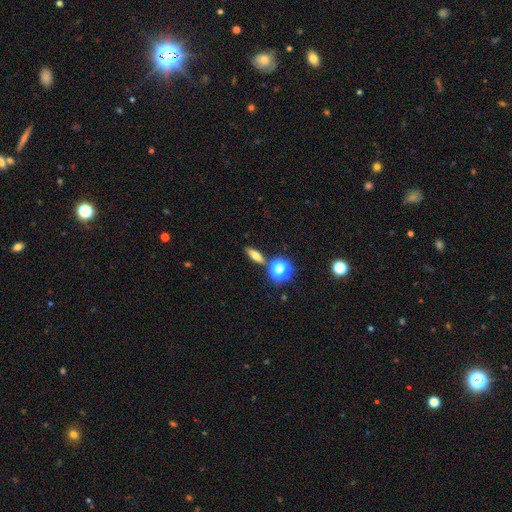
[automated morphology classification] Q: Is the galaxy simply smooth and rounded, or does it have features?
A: smooth — 64%.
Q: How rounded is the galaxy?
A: in between — 46%.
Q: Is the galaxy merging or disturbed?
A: none — 81%.